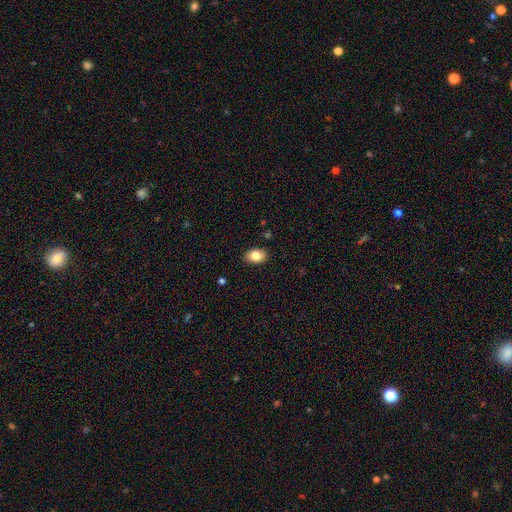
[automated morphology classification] Smooth or featured?
  - smooth: 84% *
  - star or artifact: 8%
  - featured or disk: 8%
How rounded?
  - in between: 82% *
  - round: 17%
  - cigar-shaped: 1%
Merging?
  - none: 88% *
  - minor disturbance: 9%
  - major disturbance: 2%
  - merger: 1%